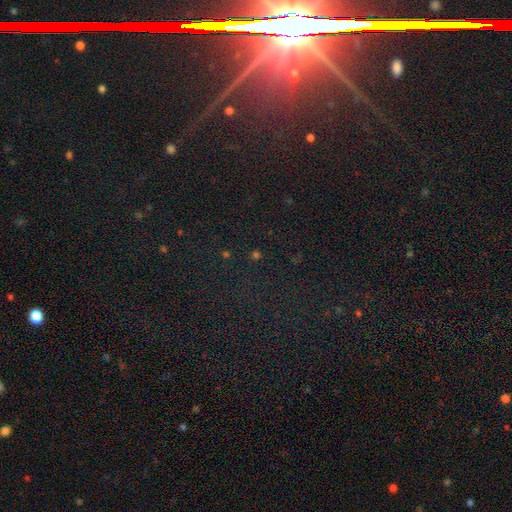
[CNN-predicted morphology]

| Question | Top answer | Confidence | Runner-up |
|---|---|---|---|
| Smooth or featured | star or artifact | 69% | smooth (23%) |